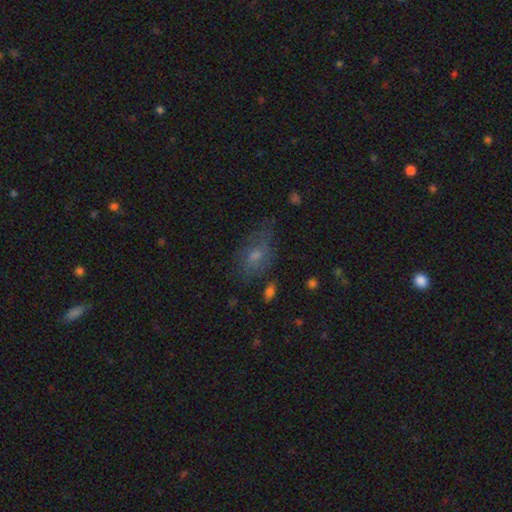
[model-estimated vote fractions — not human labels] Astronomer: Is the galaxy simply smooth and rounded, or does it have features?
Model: smooth — 49% (runner-up: featured or disk, 35%).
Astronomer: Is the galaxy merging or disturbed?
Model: none — 55%.